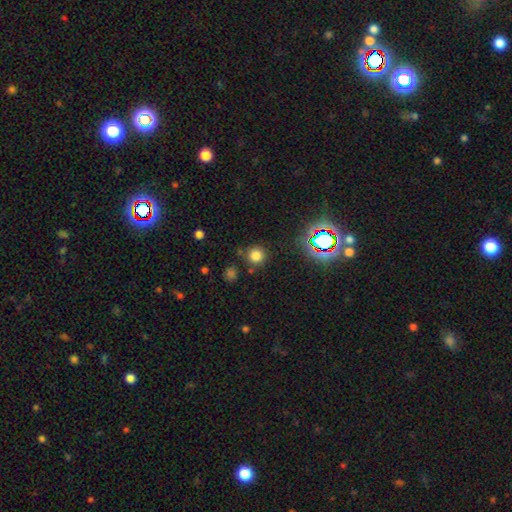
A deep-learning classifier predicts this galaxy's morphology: type=smooth (75%); roundness=round (93%); merging=none (81%).